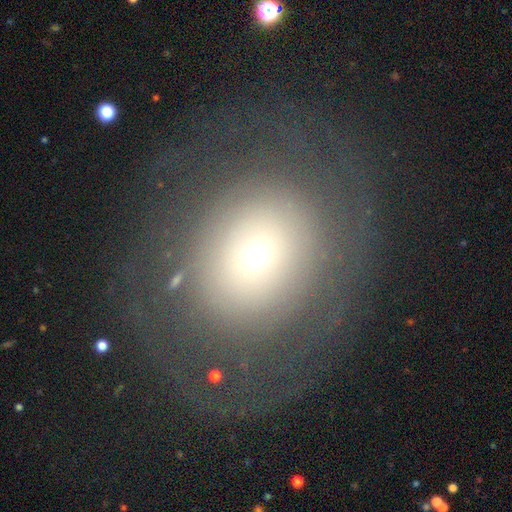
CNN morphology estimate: smooth_or_featured: featured or disk (p=0.46) [alt: smooth p=0.42]
merging: none (p=0.63) [alt: major disturbance p=0.22]